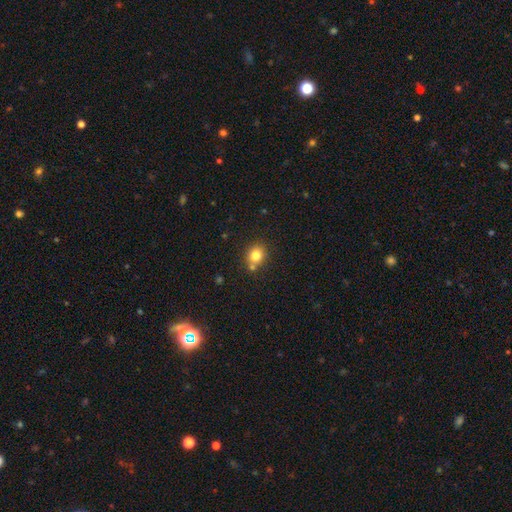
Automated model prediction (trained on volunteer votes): Smooth or featured?
  - smooth: 81% *
  - star or artifact: 12%
  - featured or disk: 8%
How rounded?
  - round: 72% *
  - in between: 27%
  - cigar-shaped: 1%
Merging?
  - none: 73% *
  - merger: 13%
  - minor disturbance: 11%
  - major disturbance: 3%